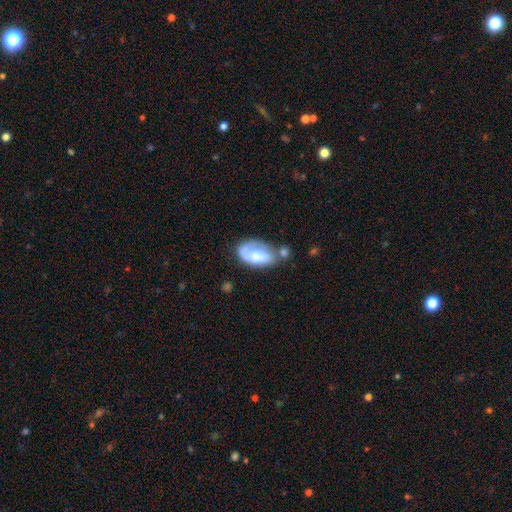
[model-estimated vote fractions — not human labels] smooth-or-featured: smooth: 56% | featured or disk: 37% | star or artifact: 7%
  how-rounded: in between: 91% | round: 7% | cigar-shaped: 2%
  merging: none: 36% | minor disturbance: 27% | merger: 19% | major disturbance: 18%